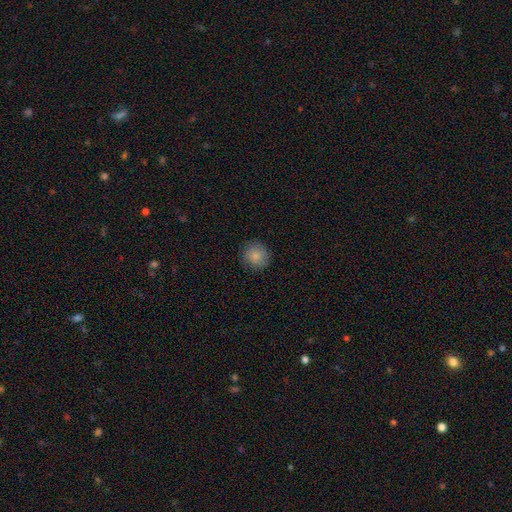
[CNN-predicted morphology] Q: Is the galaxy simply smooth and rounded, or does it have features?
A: smooth — 84%.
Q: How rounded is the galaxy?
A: round — 91%.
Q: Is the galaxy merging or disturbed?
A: none — 86%.